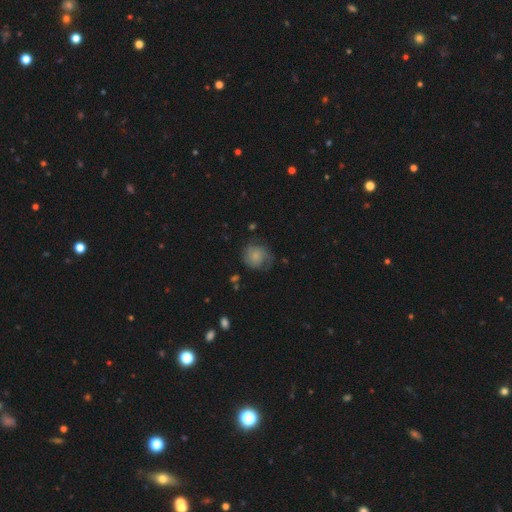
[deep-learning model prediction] A smooth galaxy with no disk features (52%) that is round (82%).

Vote fractions:
- Smooth or featured? smooth: 52% / featured or disk: 39% / star or artifact: 9%
- How rounded? round: 82% / in between: 17% / cigar-shaped: 1%
- Merging? none: 58% / minor disturbance: 25% / major disturbance: 15% / merger: 2%